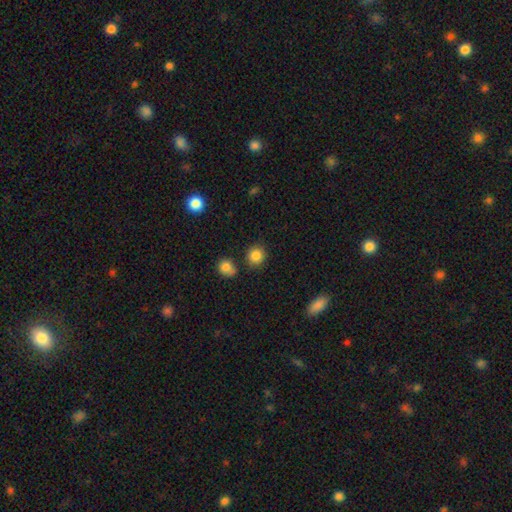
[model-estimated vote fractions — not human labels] smooth-or-featured: smooth: 85% | star or artifact: 10% | featured or disk: 5%
  how-rounded: round: 87% | in between: 12% | cigar-shaped: 1%
  merging: none: 82% | minor disturbance: 9% | merger: 6% | major disturbance: 3%